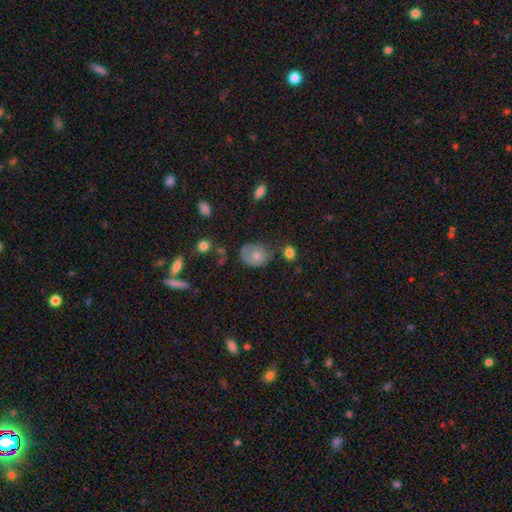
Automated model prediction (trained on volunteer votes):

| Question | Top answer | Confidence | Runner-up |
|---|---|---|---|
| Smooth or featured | smooth | 62% | featured or disk (30%) |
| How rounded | in between | 56% | round (43%) |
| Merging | none | 45% | minor disturbance (32%) |